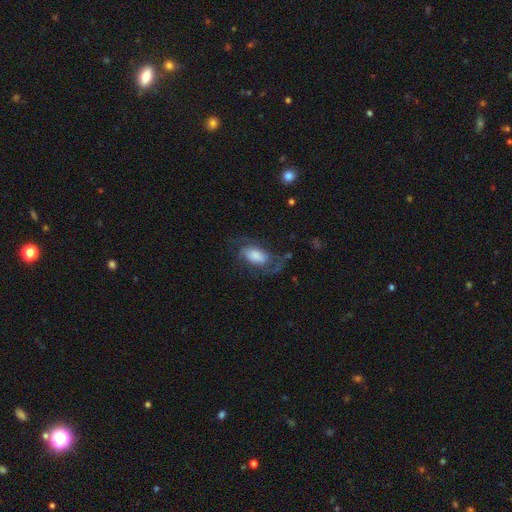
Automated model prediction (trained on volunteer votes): Smooth or featured? Predicted: featured or disk (p=0.64). Edge-on disk? Predicted: no (p=0.95). Bar? Predicted: no (p=0.59). Spiral arms? Predicted: yes (p=0.90). Spiral winding? Predicted: medium (p=0.45). Spiral arm count? Predicted: 2 (p=0.74). Bulge size? Predicted: large (p=0.40). Merging? Predicted: none (p=0.53).